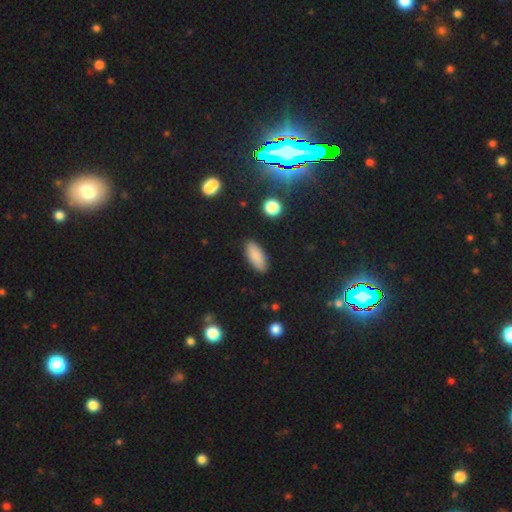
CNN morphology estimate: smooth_or_featured: smooth (p=0.87) [alt: star or artifact p=0.07]
how_rounded: in between (p=0.81) [alt: cigar-shaped p=0.17]
merging: none (p=0.88) [alt: minor disturbance p=0.09]